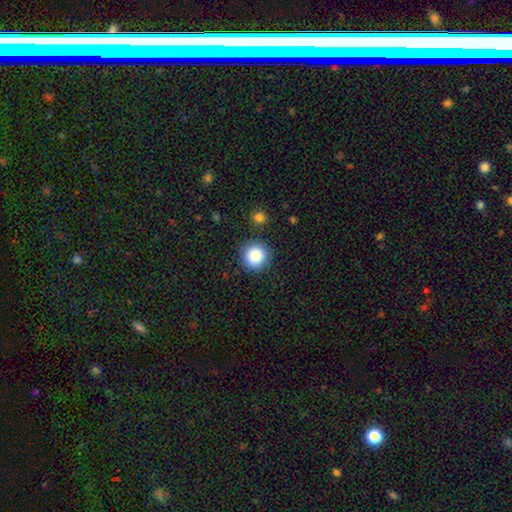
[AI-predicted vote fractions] smooth_or_featured: smooth (p=0.86) [alt: star or artifact p=0.09]
how_rounded: round (p=0.94) [alt: in between p=0.05]
merging: none (p=0.87) [alt: minor disturbance p=0.08]